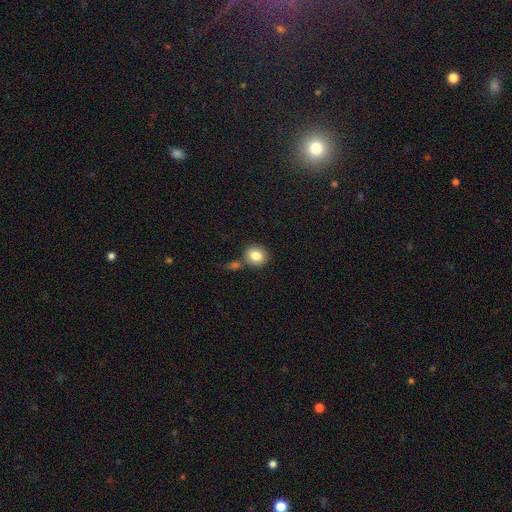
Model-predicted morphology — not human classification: Smooth or featured? smooth (83%)
How rounded? round (82%)
Merging? none (67%)